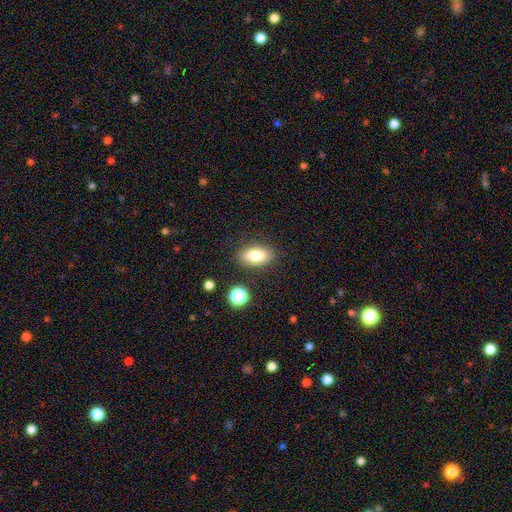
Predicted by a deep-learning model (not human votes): A smooth galaxy with no disk features (79%) that is in between round and cigar-shaped (87%). Merging: none (85%).